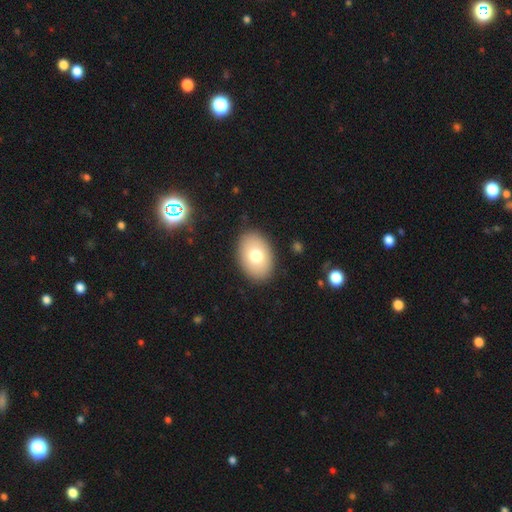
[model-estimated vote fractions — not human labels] The model was most divided on "smooth or featured": smooth: 74%, featured or disk: 18%, star or artifact: 8%. More confident: merging — none (88%); how rounded — in between (83%).